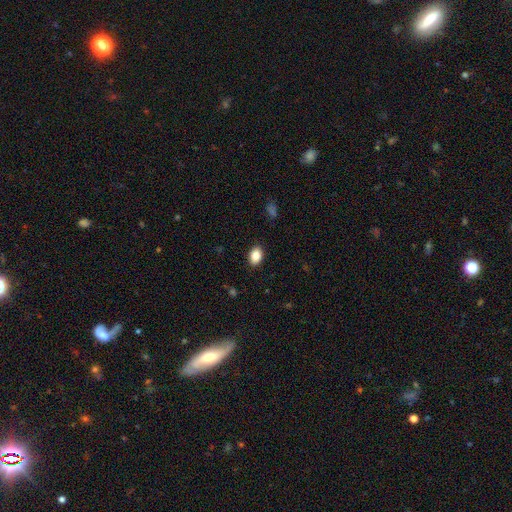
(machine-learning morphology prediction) Smooth or featured? smooth (87%)
How rounded? in between (86%)
Merging? none (88%)